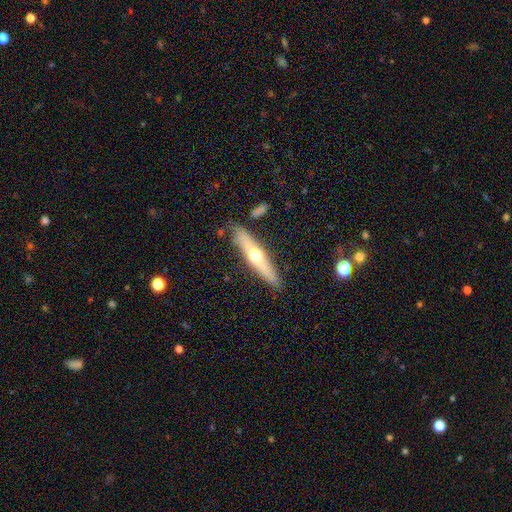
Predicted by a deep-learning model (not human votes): Q: Smooth or featured?
A: featured or disk (54%); runner-up: smooth (40%)
Q: Edge-on disk?
A: yes (89%); runner-up: no (11%)
Q: Merging?
A: none (84%); runner-up: minor disturbance (10%)